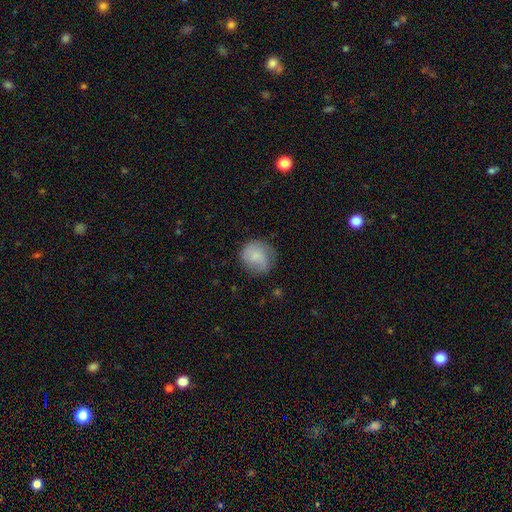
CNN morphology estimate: The model was most divided on "merging": none: 65%, minor disturbance: 24%, major disturbance: 10%, merger: 2%. More confident: how rounded — round (83%); smooth or featured — smooth (70%).